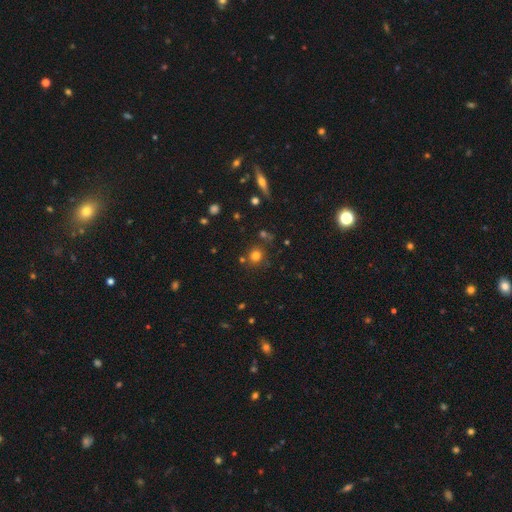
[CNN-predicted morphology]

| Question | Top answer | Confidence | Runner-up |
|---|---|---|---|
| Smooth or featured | smooth | 75% | star or artifact (17%) |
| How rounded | round | 91% | in between (8%) |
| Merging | none | 78% | minor disturbance (10%) |